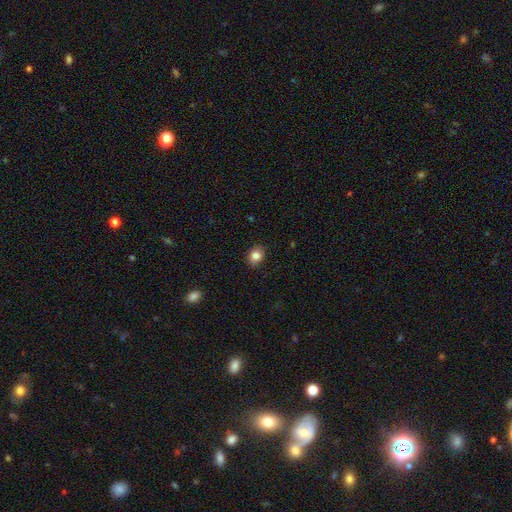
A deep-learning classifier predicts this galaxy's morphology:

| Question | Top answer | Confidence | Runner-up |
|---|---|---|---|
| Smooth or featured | smooth | 84% | star or artifact (10%) |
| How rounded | round | 52% | in between (47%) |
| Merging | none | 87% | minor disturbance (10%) |